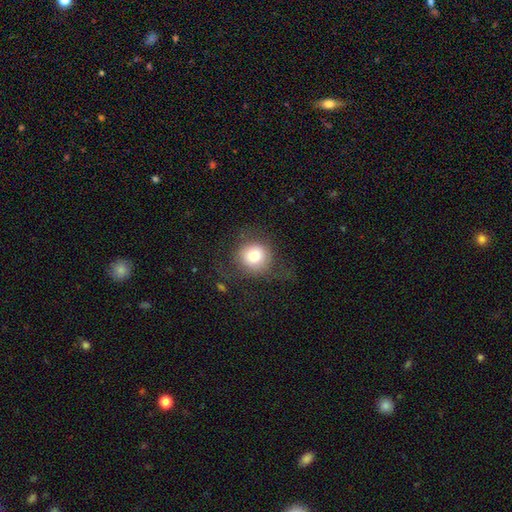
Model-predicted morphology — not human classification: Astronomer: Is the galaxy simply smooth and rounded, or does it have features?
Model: smooth — 75%.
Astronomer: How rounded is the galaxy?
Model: round — 91%.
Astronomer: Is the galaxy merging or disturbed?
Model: none — 67%.